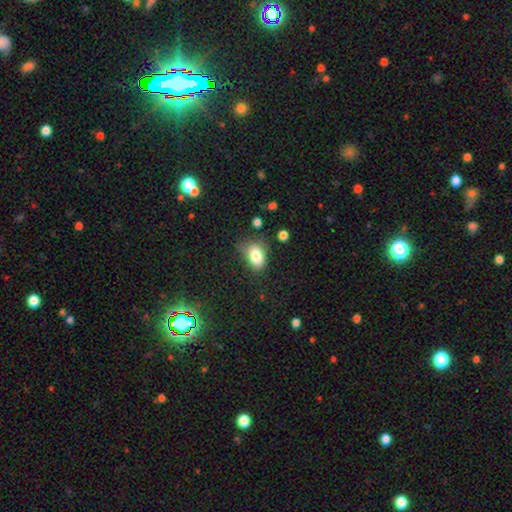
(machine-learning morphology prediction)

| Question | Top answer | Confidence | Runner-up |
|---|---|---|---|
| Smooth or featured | smooth | 80% | star or artifact (10%) |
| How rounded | in between | 79% | round (20%) |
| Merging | none | 51% | minor disturbance (33%) |